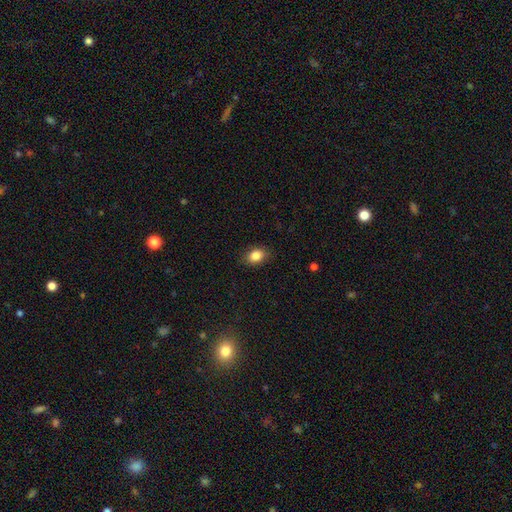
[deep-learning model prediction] smooth-or-featured: smooth: 85% | star or artifact: 9% | featured or disk: 6%
  how-rounded: in between: 69% | round: 29% | cigar-shaped: 1%
  merging: none: 86% | minor disturbance: 11% | major disturbance: 2% | merger: 1%